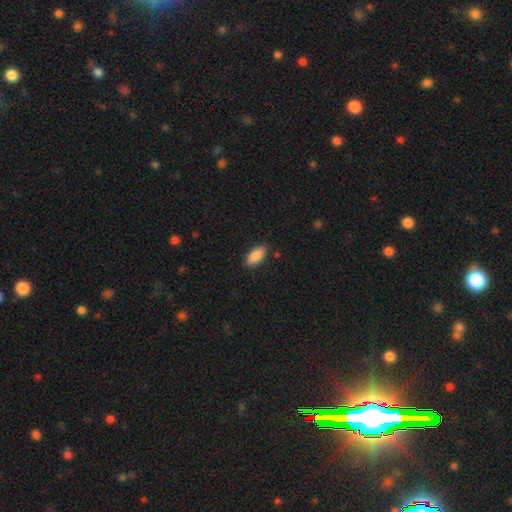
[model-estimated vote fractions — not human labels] Smooth or featured? smooth (89%)
How rounded? in between (88%)
Merging? none (87%)